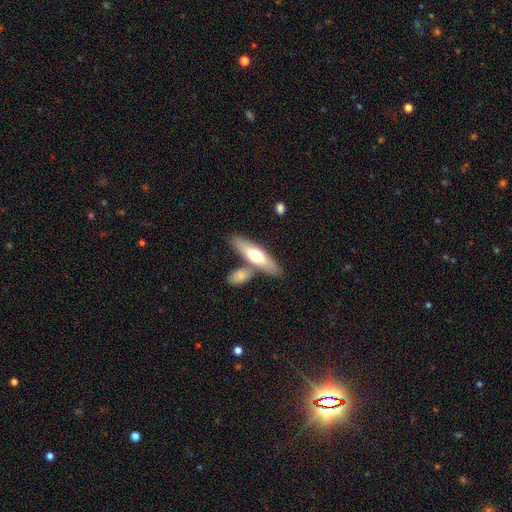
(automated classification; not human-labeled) A smooth galaxy with no disk features (58%) that is cigar-shaped (63%).

Vote fractions:
- Smooth or featured? smooth: 58% / featured or disk: 37% / star or artifact: 5%
- How rounded? cigar-shaped: 63% / in between: 35% / round: 2%
- Merging? none: 65% / merger: 22% / minor disturbance: 10% / major disturbance: 3%